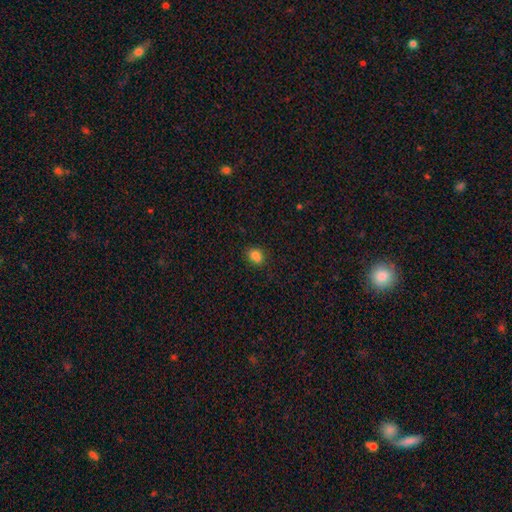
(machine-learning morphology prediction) Smooth or featured? smooth (83%)
How rounded? in between (59%)
Merging? none (80%)